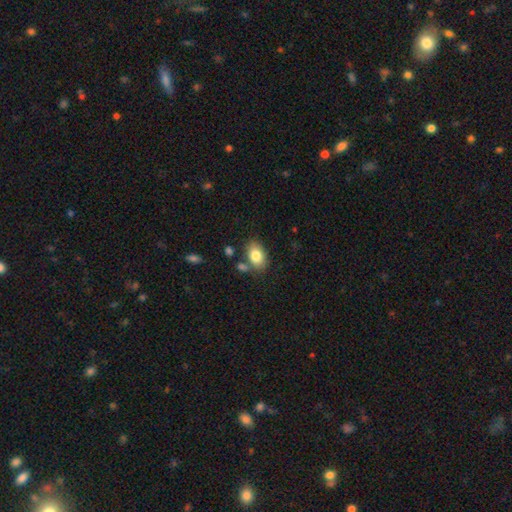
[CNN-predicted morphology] Overall: smooth (82%). How rounded: in between (83%). Merging: none (70%).